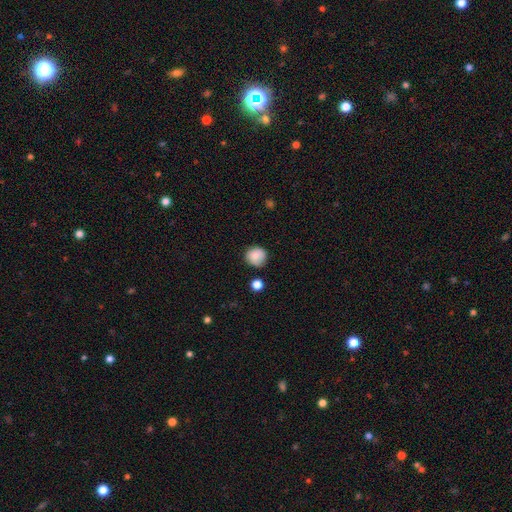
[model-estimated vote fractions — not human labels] Overall: smooth (84%). How rounded: round (89%). Merging: none (74%).